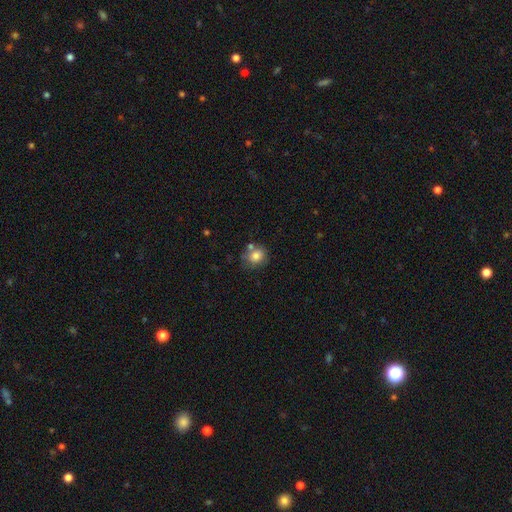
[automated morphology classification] Smooth or featured: smooth — 79% (featured or disk — 11%)
How rounded: round — 70% (in between — 29%)
Merging: none — 59% (minor disturbance — 19%)